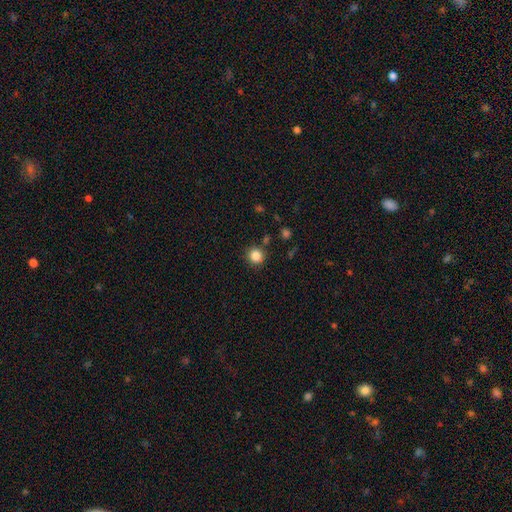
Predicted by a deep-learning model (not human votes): Smooth or featured?
  - smooth: 85% *
  - star or artifact: 11%
  - featured or disk: 4%
How rounded?
  - round: 91% *
  - in between: 8%
  - cigar-shaped: 1%
Merging?
  - none: 86% *
  - minor disturbance: 8%
  - merger: 4%
  - major disturbance: 3%